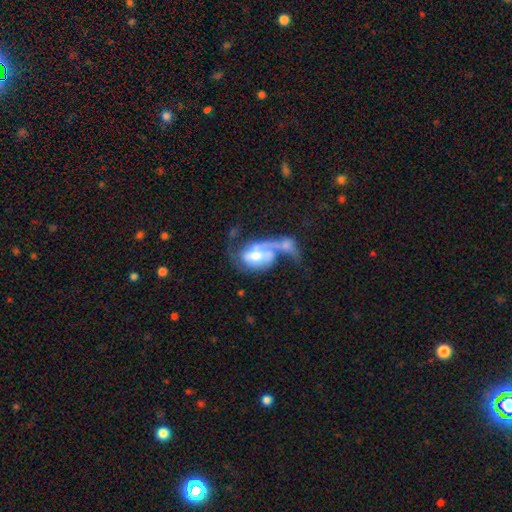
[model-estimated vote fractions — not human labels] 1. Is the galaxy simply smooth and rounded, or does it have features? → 70% featured or disk, 23% smooth, 7% star or artifact.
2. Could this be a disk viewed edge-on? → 96% no, 4% yes.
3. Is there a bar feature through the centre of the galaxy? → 57% no, 33% weak, 10% strong.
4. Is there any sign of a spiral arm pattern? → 80% yes, 20% no.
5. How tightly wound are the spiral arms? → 46% loose, 36% medium, 18% tight.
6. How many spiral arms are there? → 43% 2, 39% 1, 12% can't tell, 4% 3, 1% 4, 1% more than 4.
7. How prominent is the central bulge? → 54% moderate, 21% small, 18% large, 5% none, 2% dominant.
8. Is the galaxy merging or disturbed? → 39% merger, 32% major disturbance, 17% none, 11% minor disturbance.